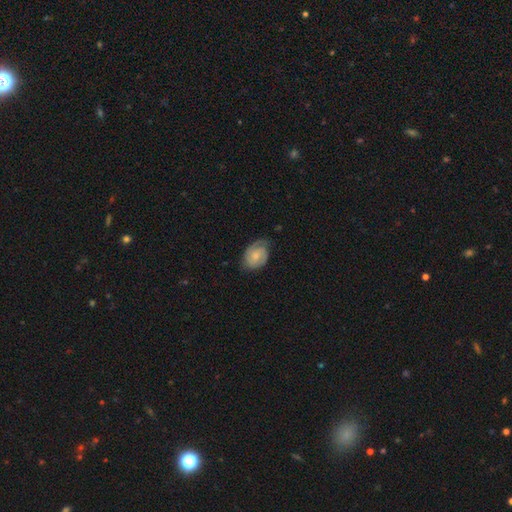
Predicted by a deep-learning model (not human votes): Smooth or featured? Predicted: featured or disk (p=0.53). Edge-on disk? Predicted: no (p=0.96). Bar? Predicted: no (p=0.68). Spiral arms? Predicted: yes (p=0.87). Bulge size? Predicted: small (p=0.49). Merging? Predicted: none (p=0.58).